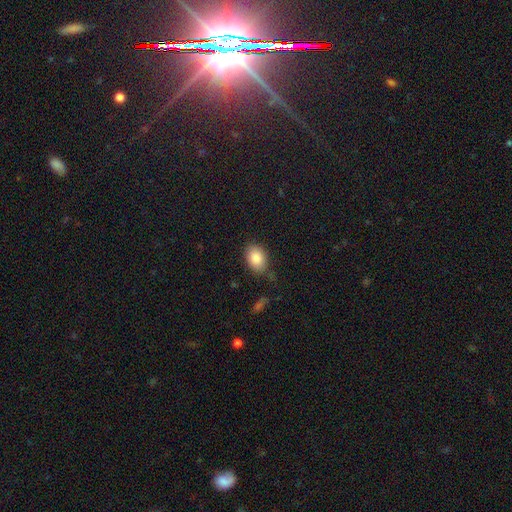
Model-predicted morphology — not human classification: smooth 87%, star or artifact 7%, featured or disk 5%. Down the decision tree: how rounded — in between (81%); merging — none (76%).